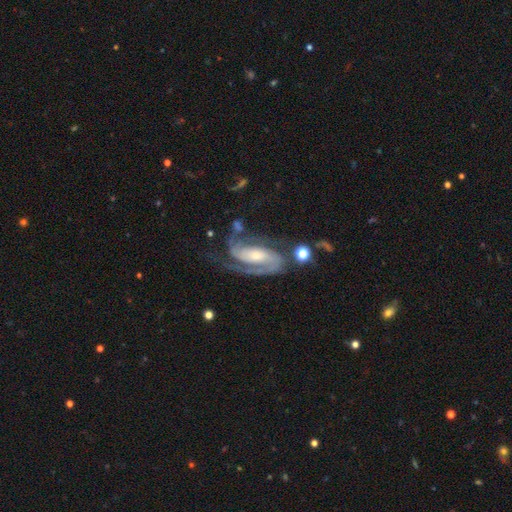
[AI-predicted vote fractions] Smooth or featured? featured or disk (90%)
Edge-on disk? no (96%)
Bar? no (39%)
Spiral arms? yes (98%)
Spiral winding? medium (48%)
Spiral arm count? 2 (82%)
Bulge size? small (47%)
Merging? none (58%)